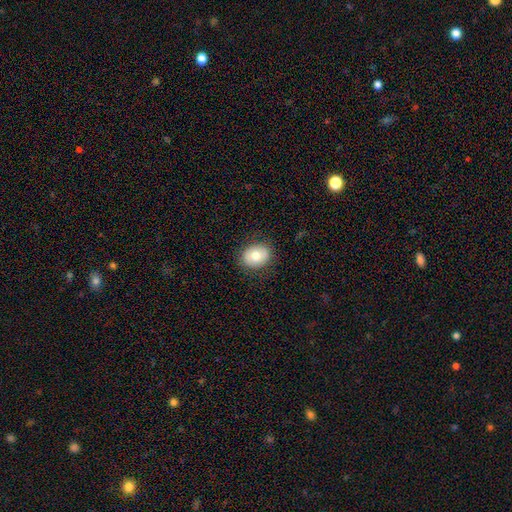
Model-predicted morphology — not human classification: smooth 73%, featured or disk 19%, star or artifact 8%. Down the decision tree: how rounded — round (50%); merging — none (86%).